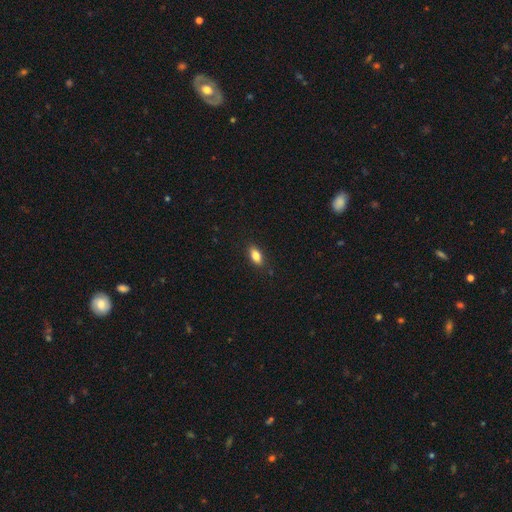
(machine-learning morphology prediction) type=smooth (82%); roundness=in between (85%); merging=none (86%).